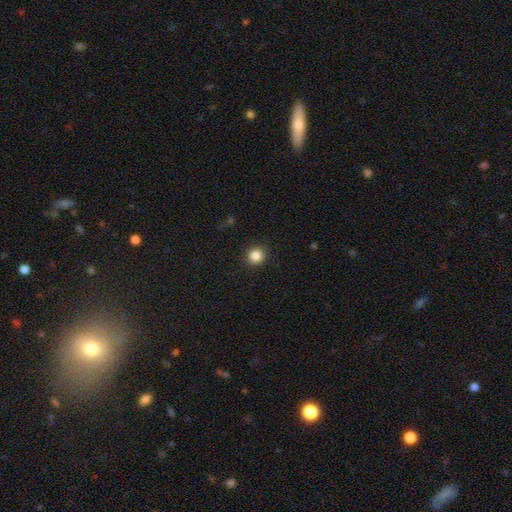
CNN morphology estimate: A smooth galaxy with no disk features (85%) that is round (91%). Merging: none (91%).